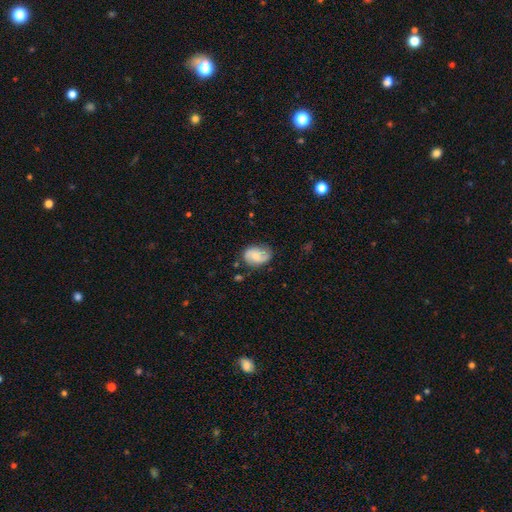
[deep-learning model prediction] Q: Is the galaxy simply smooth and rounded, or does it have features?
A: featured or disk — 54%.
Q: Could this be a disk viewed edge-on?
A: no — 97%.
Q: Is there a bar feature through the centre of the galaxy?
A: no — 54%.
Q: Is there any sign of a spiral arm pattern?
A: yes — 91%.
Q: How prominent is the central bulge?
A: small — 45%.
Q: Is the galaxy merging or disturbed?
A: none — 71%.